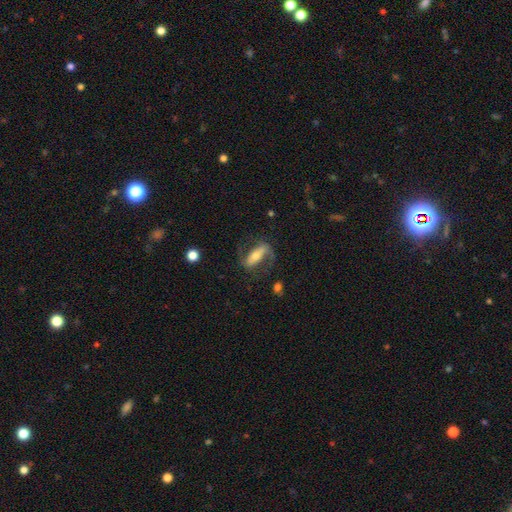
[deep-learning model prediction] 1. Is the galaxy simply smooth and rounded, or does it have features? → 72% featured or disk, 22% smooth, 6% star or artifact.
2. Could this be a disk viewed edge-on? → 84% no, 16% yes.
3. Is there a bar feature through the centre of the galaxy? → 63% strong, 20% weak, 17% no.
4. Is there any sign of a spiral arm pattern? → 86% yes, 14% no.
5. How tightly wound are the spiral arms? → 42% medium, 41% loose, 16% tight.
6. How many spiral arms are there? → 87% 2, 5% can't tell, 5% 1, 1% 3, 1% 4, 1% more than 4.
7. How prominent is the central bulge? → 53% moderate, 33% small, 9% large, 3% none, 2% dominant.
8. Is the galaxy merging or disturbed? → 68% none, 16% minor disturbance, 14% major disturbance, 2% merger.